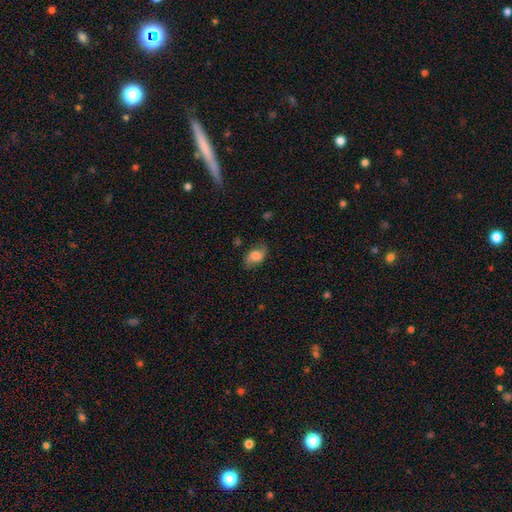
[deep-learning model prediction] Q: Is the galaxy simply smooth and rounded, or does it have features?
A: smooth — 63%.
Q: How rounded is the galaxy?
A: in between — 82%.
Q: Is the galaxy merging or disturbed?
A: none — 68%.